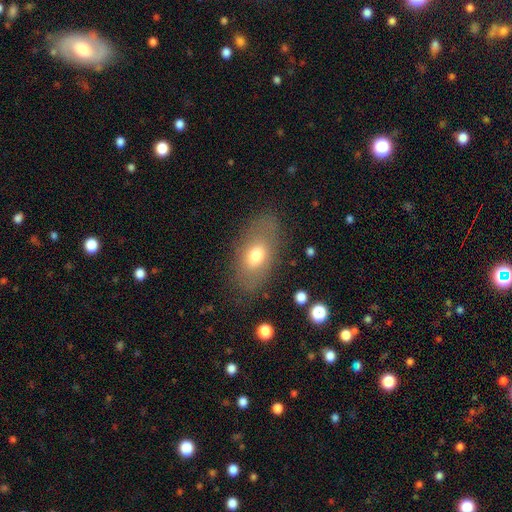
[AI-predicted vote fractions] Morphology: type=smooth (66%); roundness=in between (90%); merging=none (78%).